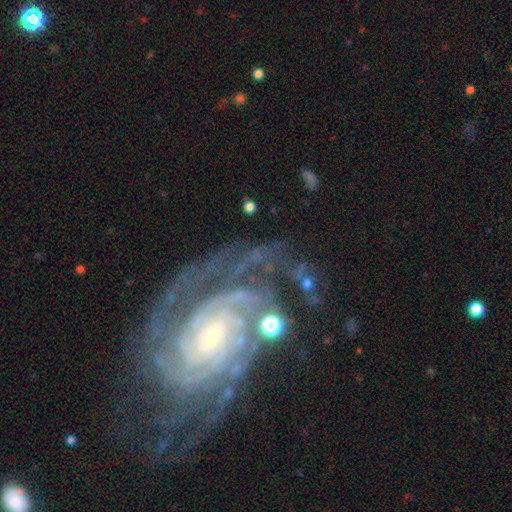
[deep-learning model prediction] This is clearly a featured or disk galaxy (90%). It is clearly not viewed edge-on (97%). Bar: possibly no (49%). Spiral arm pattern: clearly yes (98%). Spiral arm count: marginally 2 (25%). Spiral winding: likely tight (75%). Central bulge: clearly small (80%). Merging: likely none (67%).